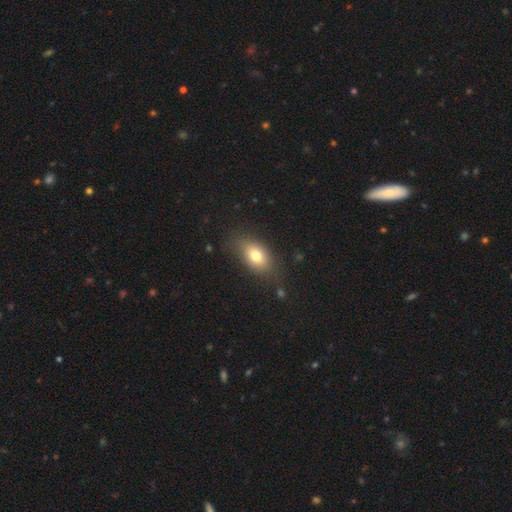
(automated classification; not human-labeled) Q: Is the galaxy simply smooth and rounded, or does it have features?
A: smooth — 76%.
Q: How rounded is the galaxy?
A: in between — 85%.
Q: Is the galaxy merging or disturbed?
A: none — 79%.